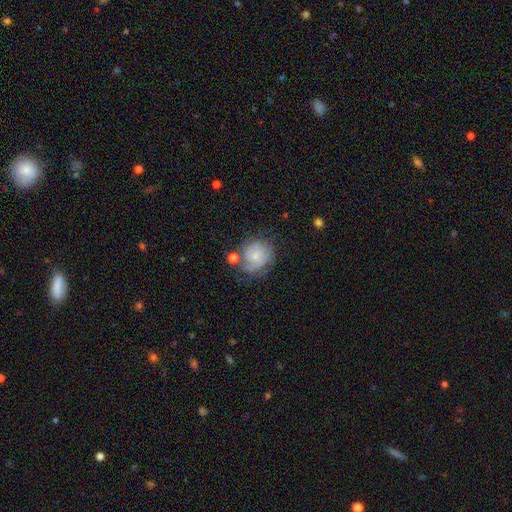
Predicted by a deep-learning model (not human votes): smooth-or-featured: featured or disk: 62% | smooth: 30% | star or artifact: 8%
  disk-edge-on: no: 98% | yes: 2%
    bar: no: 71% | weak: 26% | strong: 3%
    has-spiral-arms: yes: 86% | no: 14%
      spiral-winding: tight: 55% | medium: 33% | loose: 12%
      spiral-arm-count: can't tell: 34% | 2: 32% | 3: 15% | 1: 12% | 4: 4% | more than 4: 3%
    bulge-size: small: 65% | moderate: 26% | none: 6% | large: 2% | dominant: 1%
  merging: none: 54% | minor disturbance: 23% | major disturbance: 14% | merger: 9%